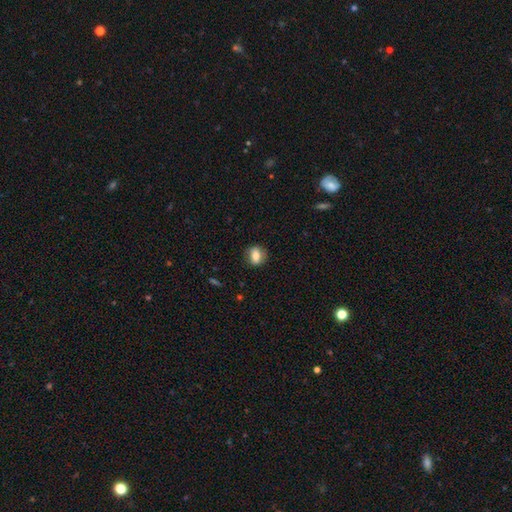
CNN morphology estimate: smooth_or_featured: smooth (p=0.69) [alt: featured or disk p=0.22]
how_rounded: in between (p=0.52) [alt: round p=0.44]
merging: none (p=0.83) [alt: minor disturbance p=0.12]